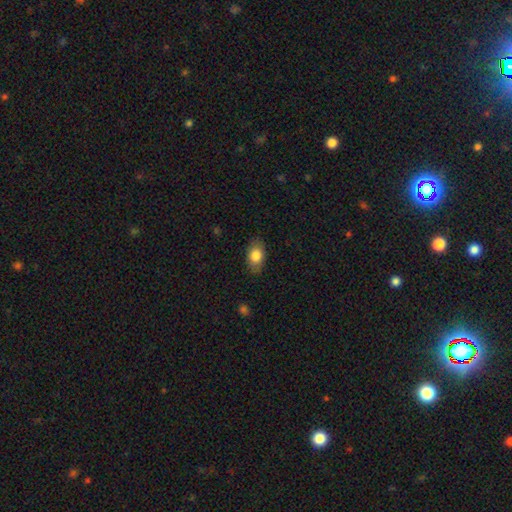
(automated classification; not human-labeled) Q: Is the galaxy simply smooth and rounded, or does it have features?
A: smooth — 82%.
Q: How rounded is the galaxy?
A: in between — 85%.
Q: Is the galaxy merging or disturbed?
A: none — 82%.